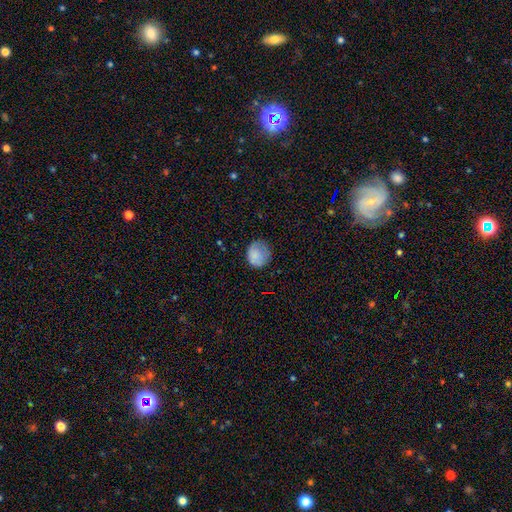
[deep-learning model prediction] Overall: smooth (82%). How rounded: round (79%). Merging: none (67%).